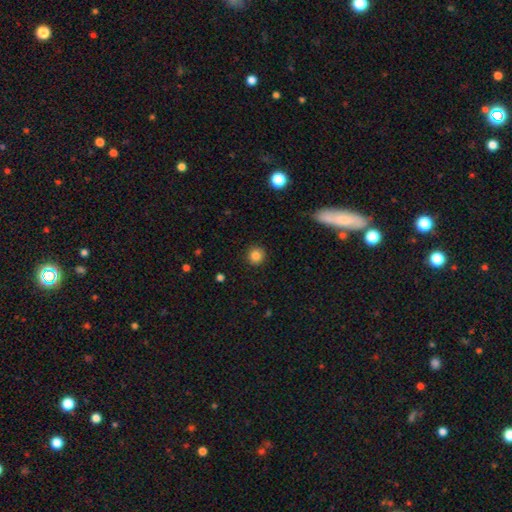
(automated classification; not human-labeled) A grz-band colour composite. It shows a smooth galaxy with no disk features (85%) that is round (93%). Merging: none (91%).